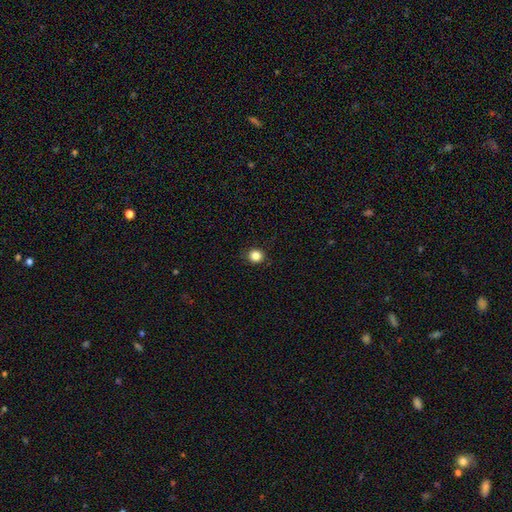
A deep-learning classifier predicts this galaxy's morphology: Smooth or featured: smooth — 85% (star or artifact — 11%)
How rounded: round — 89% (in between — 10%)
Merging: none — 90% (minor disturbance — 7%)